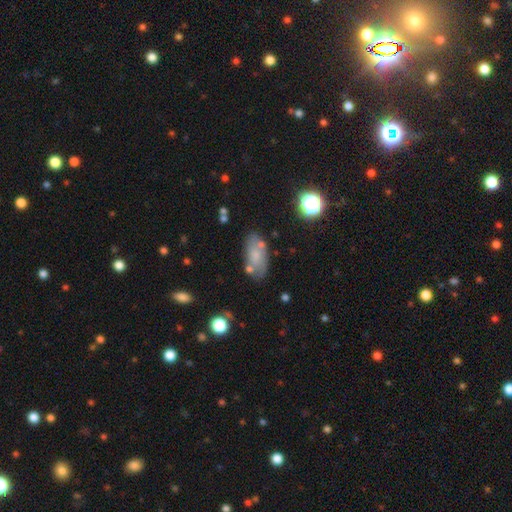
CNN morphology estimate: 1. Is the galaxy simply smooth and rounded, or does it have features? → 61% smooth, 29% featured or disk, 9% star or artifact.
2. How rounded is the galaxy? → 89% in between, 6% cigar-shaped, 4% round.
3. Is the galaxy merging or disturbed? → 63% none, 20% minor disturbance, 9% merger, 7% major disturbance.